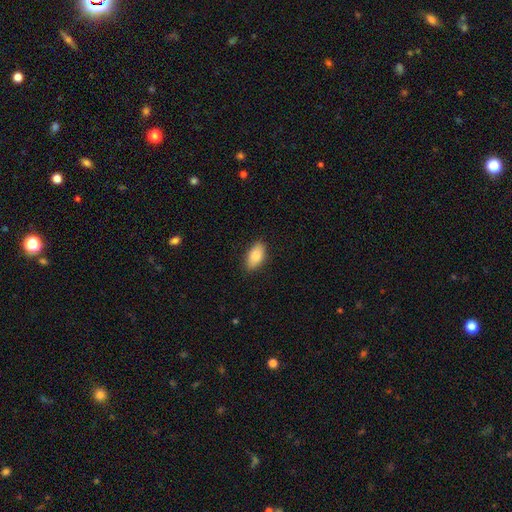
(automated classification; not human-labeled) This is clearly a smooth galaxy (86%). How rounded: clearly in between (92%). Merging: clearly none (86%).